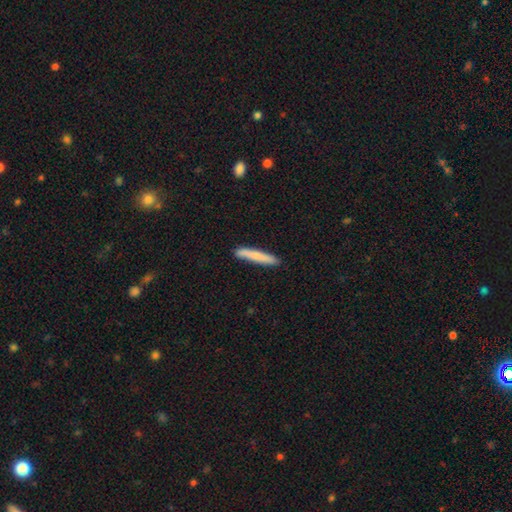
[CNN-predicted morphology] Overall: smooth (75%). How rounded: cigar-shaped (95%). Merging: none (87%).